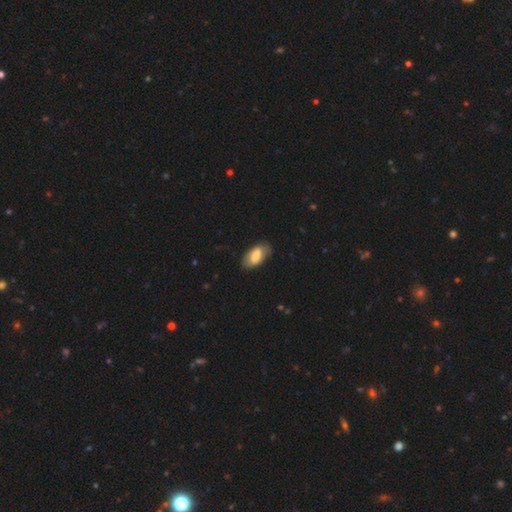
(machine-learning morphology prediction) Smooth or featured? Predicted: smooth (p=0.64). How rounded? Predicted: in between (p=0.92). Merging? Predicted: none (p=0.74).